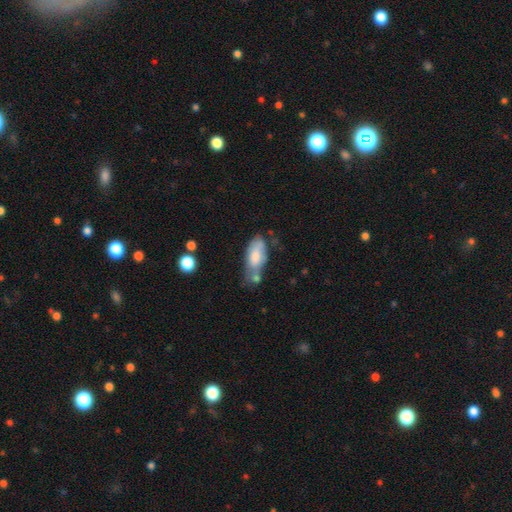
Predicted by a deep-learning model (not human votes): The model was most divided on "merging": none: 36%, minor disturbance: 29%, merger: 23%, major disturbance: 12%. More confident: how rounded — in between (84%); smooth or featured — smooth (71%).